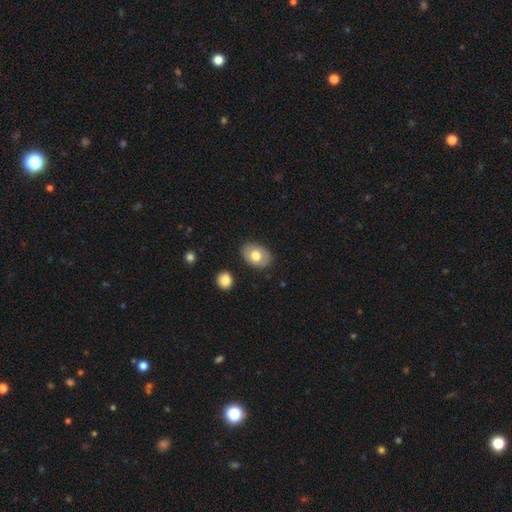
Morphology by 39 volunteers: Volunteers were most divided on "smooth or featured": smooth: 72%, featured or disk: 23%, star or artifact: 5%. More confident: merging — none (89%); how rounded — in between (79%).